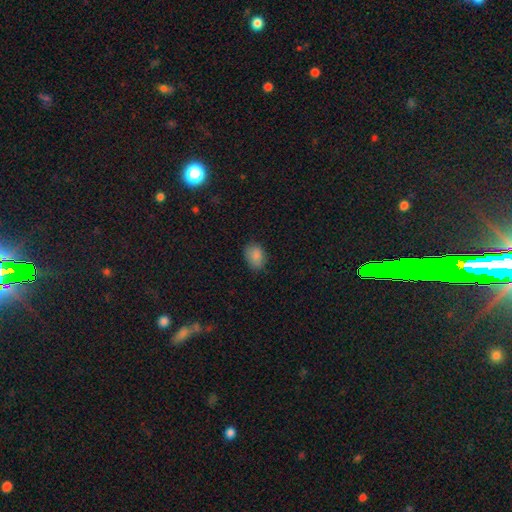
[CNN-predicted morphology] Overall: smooth (86%). How rounded: in between (75%). Merging: none (79%).